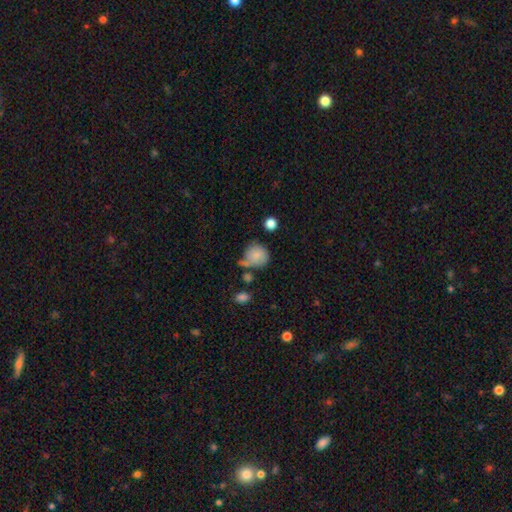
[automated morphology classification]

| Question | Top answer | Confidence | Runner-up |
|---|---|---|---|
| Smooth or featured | smooth | 78% | featured or disk (14%) |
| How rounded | round | 79% | in between (20%) |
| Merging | none | 44% | minor disturbance (27%) |